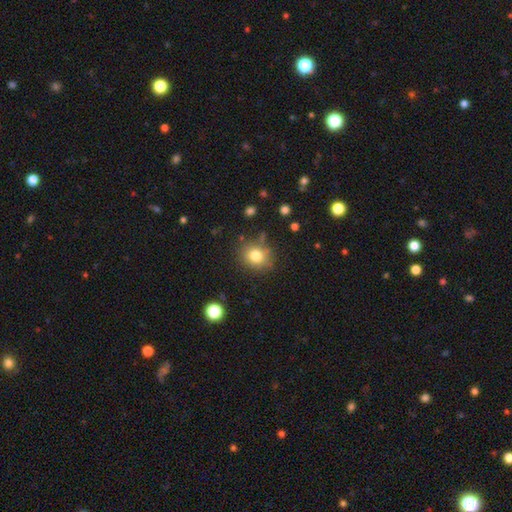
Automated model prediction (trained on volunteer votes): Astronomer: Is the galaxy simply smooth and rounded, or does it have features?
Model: smooth — 80%.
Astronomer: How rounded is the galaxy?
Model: round — 73%.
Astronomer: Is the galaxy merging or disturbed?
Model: none — 81%.